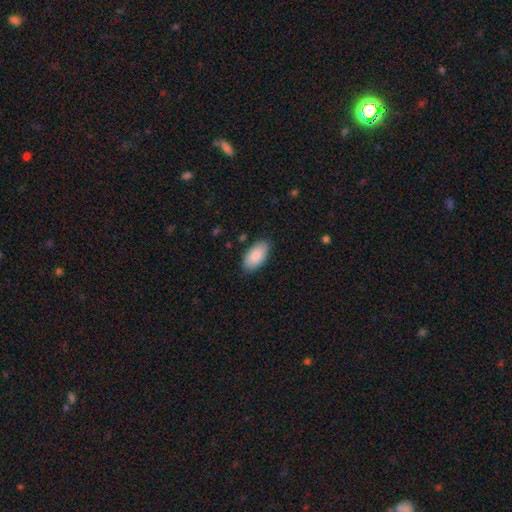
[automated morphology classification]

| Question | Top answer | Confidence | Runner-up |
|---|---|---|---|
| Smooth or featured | smooth | 89% | star or artifact (6%) |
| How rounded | in between | 95% | cigar-shaped (3%) |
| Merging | none | 84% | minor disturbance (12%) |